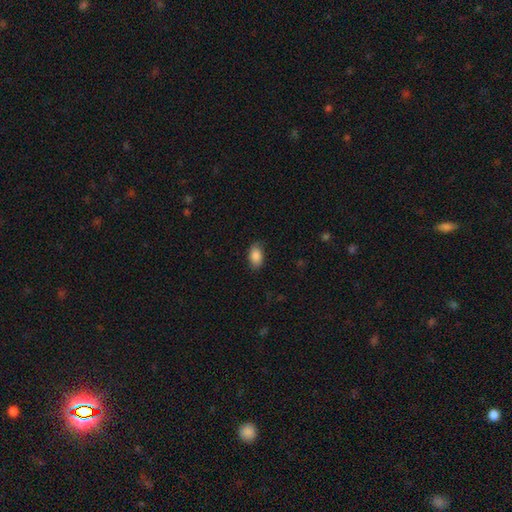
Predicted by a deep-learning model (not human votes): A smooth galaxy with no disk features (84%) that is in between round and cigar-shaped (91%). Merging: none (76%).